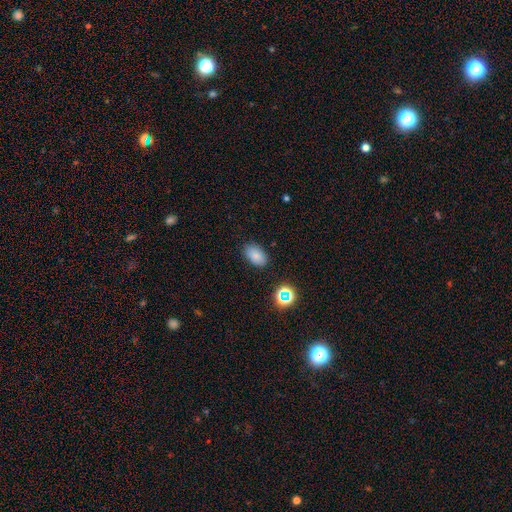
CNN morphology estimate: Overall: smooth (81%). How rounded: in between (89%). Merging: none (84%).